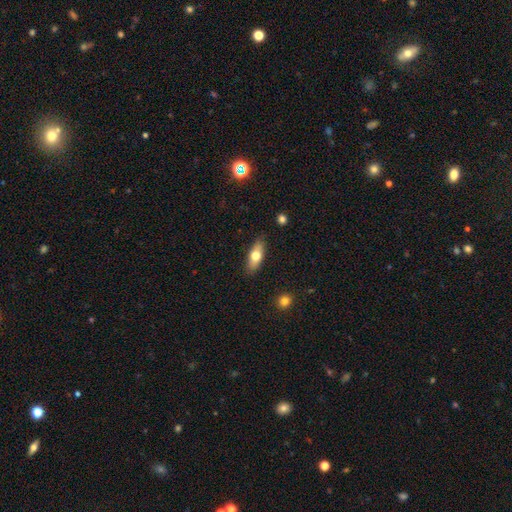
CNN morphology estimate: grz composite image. It shows a smooth galaxy with no disk features (67%) that is in between round and cigar-shaped (69%). Merging: none (85%).